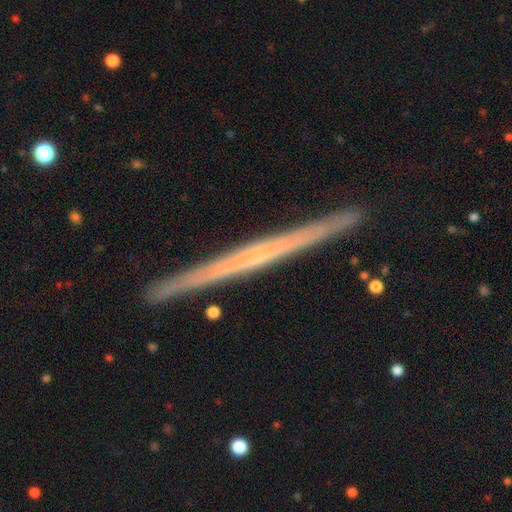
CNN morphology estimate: smooth_or_featured: featured or disk (p=0.71) [alt: smooth p=0.22]
disk_edge_on: yes (p=0.98) [alt: no p=0.02]
edge_on_bulge: none (p=0.77) [alt: rounded p=0.17]
merging: none (p=0.91) [alt: minor disturbance p=0.07]